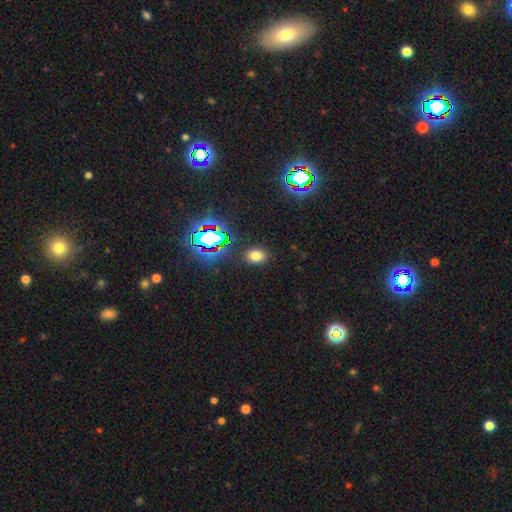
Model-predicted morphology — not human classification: smooth-or-featured: smooth: 70% | star or artifact: 23% | featured or disk: 7%
  how-rounded: in between: 73% | round: 25% | cigar-shaped: 1%
  merging: none: 86% | minor disturbance: 8% | major disturbance: 3% | merger: 2%